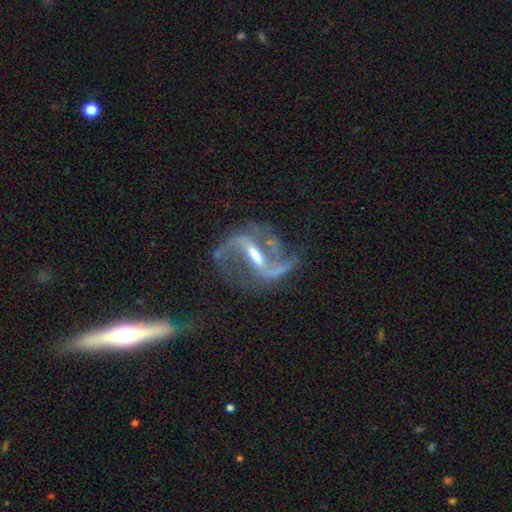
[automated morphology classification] featured or disk 90%, star or artifact 6%, smooth 4%. Down the decision tree: edge-on disk — no (96%); bar — strong (60%); spiral arms — yes (96%); spiral arm count — 2 (90%); spiral winding — loose (57%); bulge size — moderate (45%); merging — none (58%).